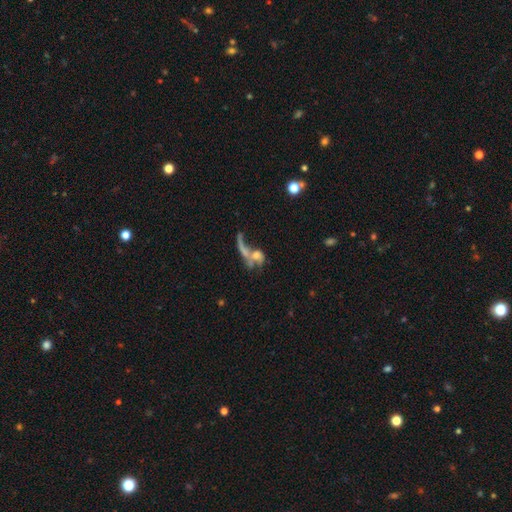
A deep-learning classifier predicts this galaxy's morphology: A featured or disk galaxy (50%). Merging: merger (49%).